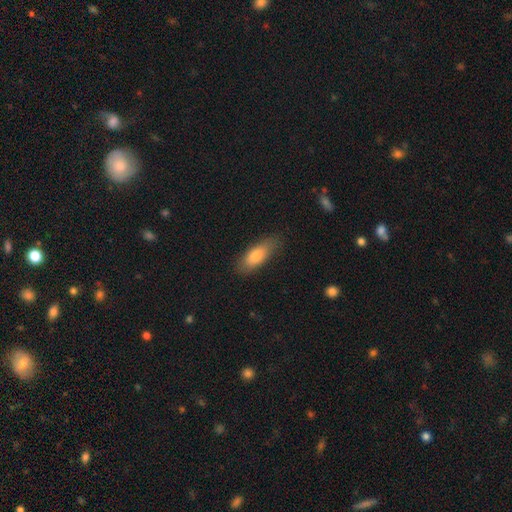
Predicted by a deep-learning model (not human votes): Smooth or featured? smooth (77%)
How rounded? in between (68%)
Merging? none (78%)